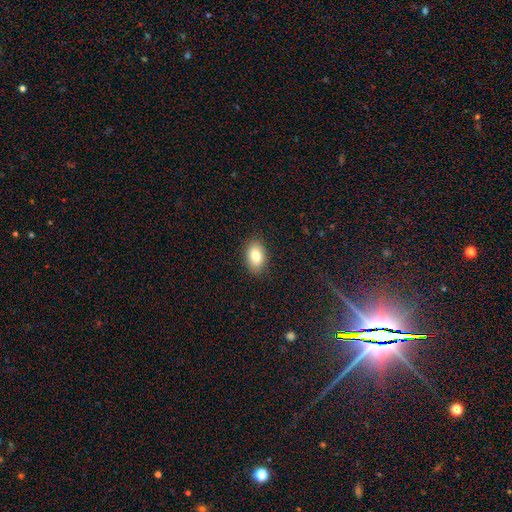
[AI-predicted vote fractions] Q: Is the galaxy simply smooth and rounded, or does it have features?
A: smooth — 83%.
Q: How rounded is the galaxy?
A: in between — 86%.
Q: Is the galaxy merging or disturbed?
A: none — 88%.